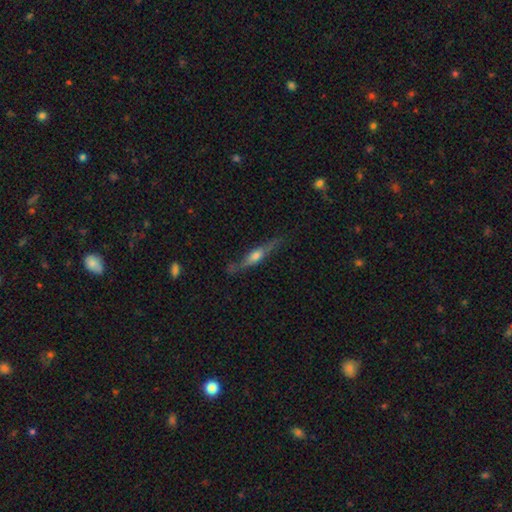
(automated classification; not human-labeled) Q: Smooth or featured?
A: featured or disk (64%); runner-up: smooth (29%)
Q: Edge-on disk?
A: yes (92%); runner-up: no (8%)
Q: Edge-on bulge?
A: rounded (81%); runner-up: boxy (12%)
Q: Merging?
A: none (76%); runner-up: minor disturbance (17%)